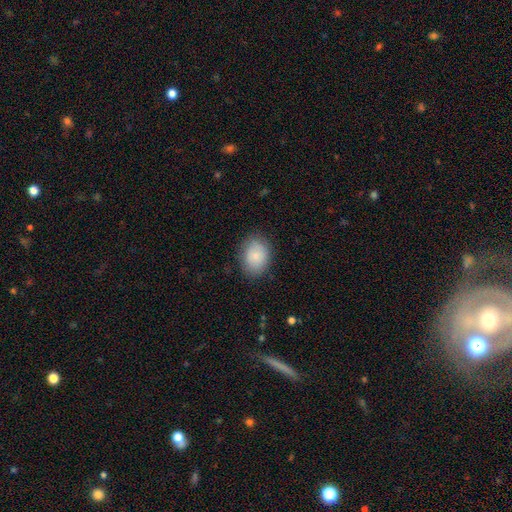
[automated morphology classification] This is clearly a smooth galaxy (83%). How rounded: possibly in between (57%). Merging: clearly none (82%).